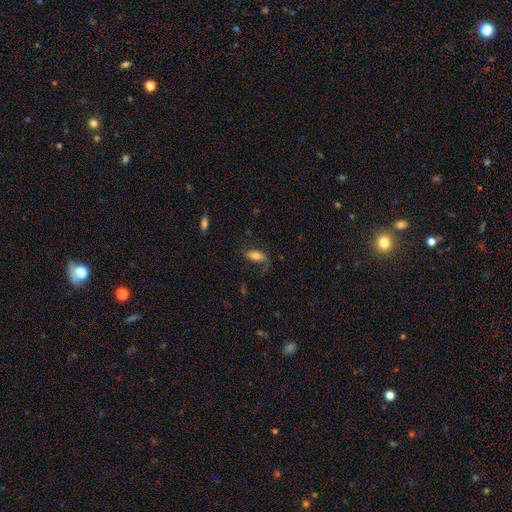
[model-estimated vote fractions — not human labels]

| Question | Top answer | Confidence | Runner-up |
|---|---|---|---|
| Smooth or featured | smooth | 71% | featured or disk (21%) |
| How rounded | in between | 80% | cigar-shaped (16%) |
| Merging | none | 67% | minor disturbance (22%) |